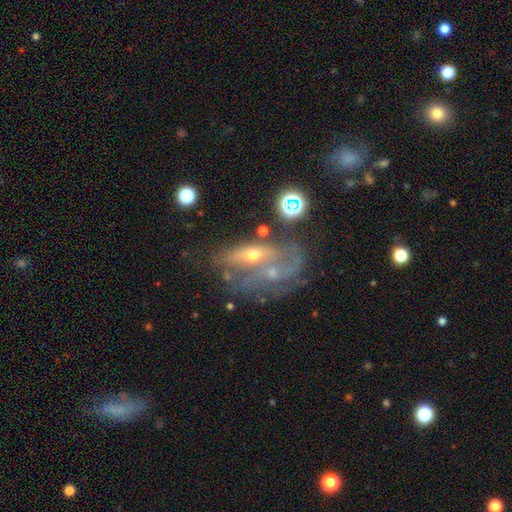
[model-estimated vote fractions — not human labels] Smooth or featured: featured or disk — 64% (smooth — 21%)
Edge-on disk: no — 87% (yes — 13%)
Bar: no — 67% (weak — 23%)
Spiral arms: yes — 52% (no — 48%)
Bulge size: small — 58% (moderate — 34%)
Merging: none — 32% (merger — 28%)